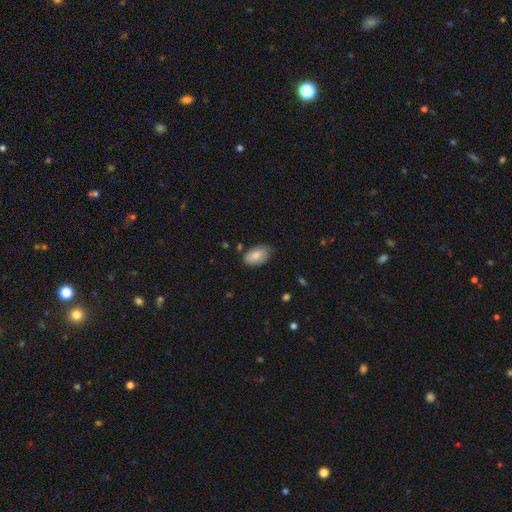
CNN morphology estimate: Overall: smooth (77%). How rounded: in between (92%). Merging: none (70%).